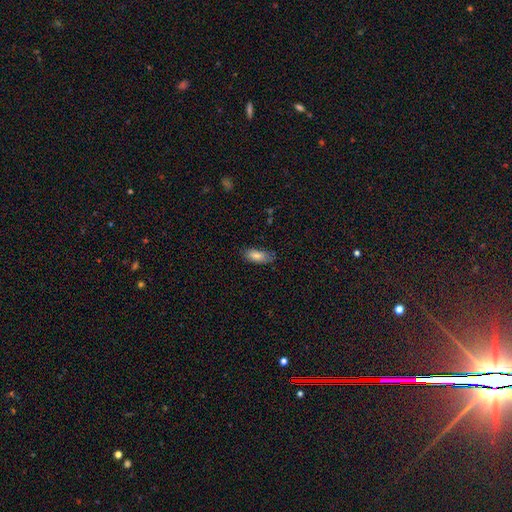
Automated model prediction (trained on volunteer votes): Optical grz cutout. It shows a smooth galaxy with no disk features (81%) that is in between round and cigar-shaped (84%). Merging: none (71%).